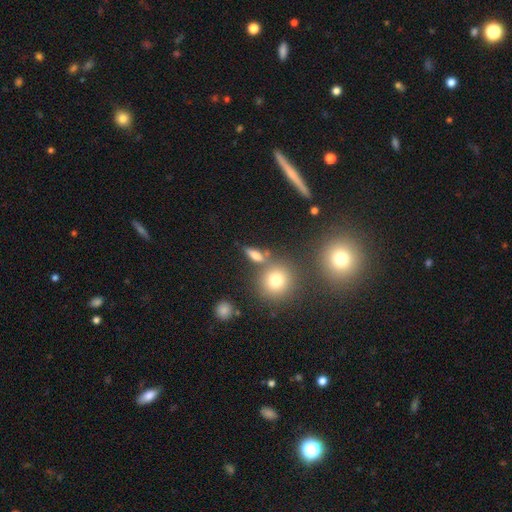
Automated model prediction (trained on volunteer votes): Smooth or featured? smooth (64%)
How rounded? in between (47%)
Merging? none (71%)